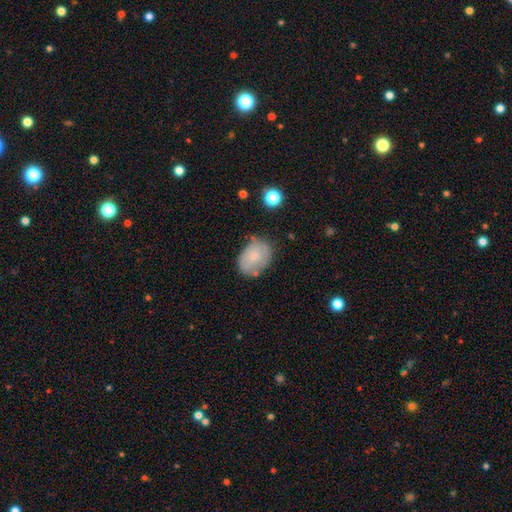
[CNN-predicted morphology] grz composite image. It shows a smooth galaxy with no disk features (73%) that is in between round and cigar-shaped (78%). Merging: none (65%).